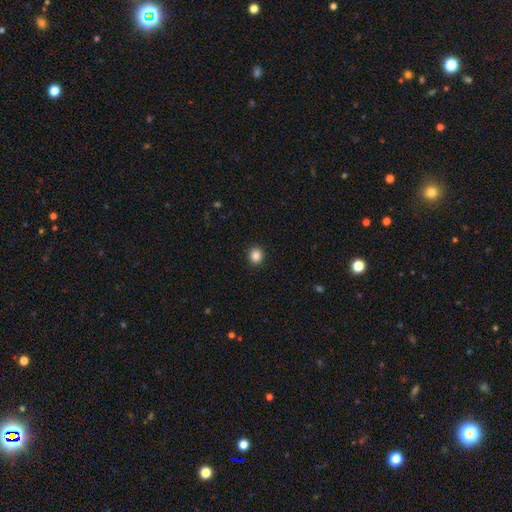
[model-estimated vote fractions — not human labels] A smooth galaxy with no disk features (87%) that is round (79%).

Vote fractions:
- Smooth or featured? smooth: 87% / star or artifact: 10% / featured or disk: 3%
- How rounded? round: 79% / in between: 20% / cigar-shaped: 1%
- Merging? none: 91% / minor disturbance: 6% / major disturbance: 2% / merger: 1%